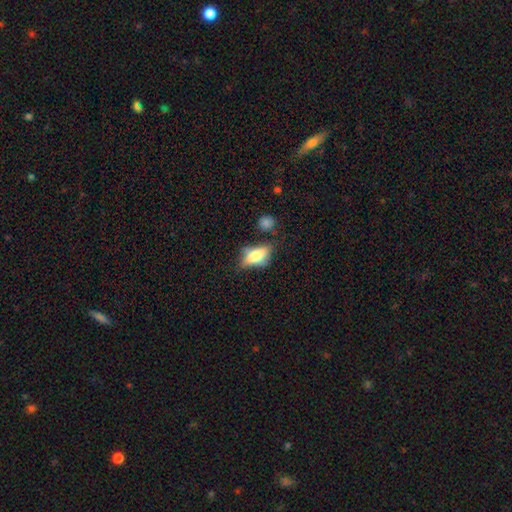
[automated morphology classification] This is likely a smooth galaxy (61%). How rounded: likely in between (77%). Merging: possibly none (60%).